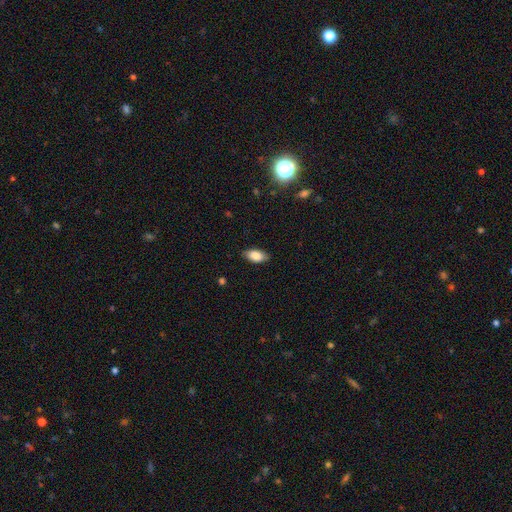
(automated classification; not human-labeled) Overall: smooth (85%). How rounded: in between (92%). Merging: none (85%).